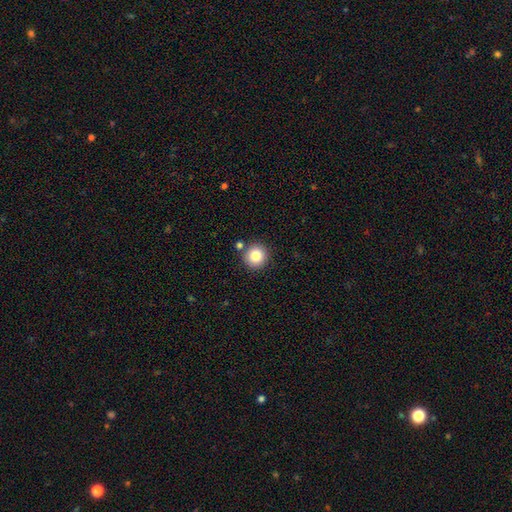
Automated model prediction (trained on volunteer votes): Smooth or featured: smooth — 83% (star or artifact — 11%)
How rounded: round — 94% (in between — 5%)
Merging: none — 84% (minor disturbance — 7%)